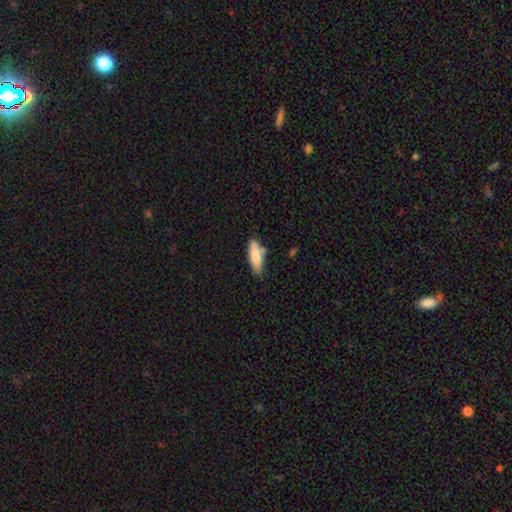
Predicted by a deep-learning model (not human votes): Q: Smooth or featured?
A: smooth (78%); runner-up: featured or disk (16%)
Q: How rounded?
A: in between (49%); tied with: cigar-shaped (49%)
Q: Merging?
A: none (68%); runner-up: minor disturbance (20%)